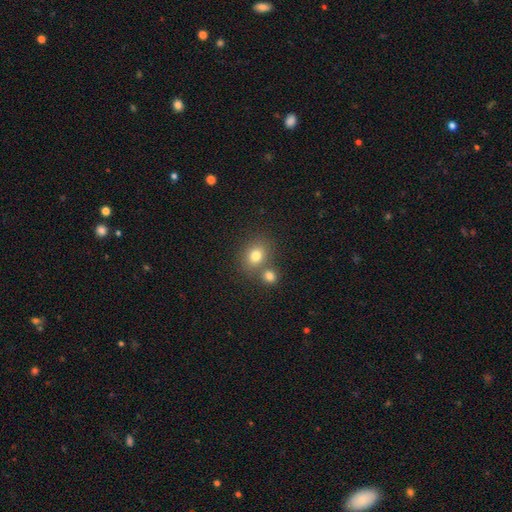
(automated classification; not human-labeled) Smooth or featured?
  - smooth: 78% *
  - star or artifact: 12%
  - featured or disk: 9%
How rounded?
  - round: 59% *
  - in between: 40%
  - cigar-shaped: 1%
Merging?
  - none: 59% *
  - merger: 28%
  - minor disturbance: 9%
  - major disturbance: 3%